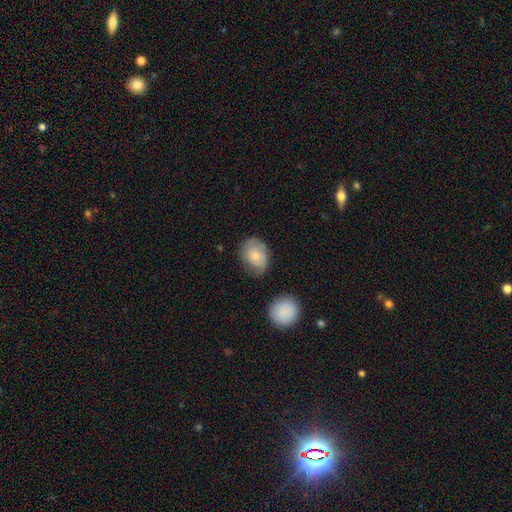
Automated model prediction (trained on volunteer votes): Smooth or featured? Predicted: smooth (p=0.63). How rounded? Predicted: in between (p=0.59). Merging? Predicted: none (p=0.60).